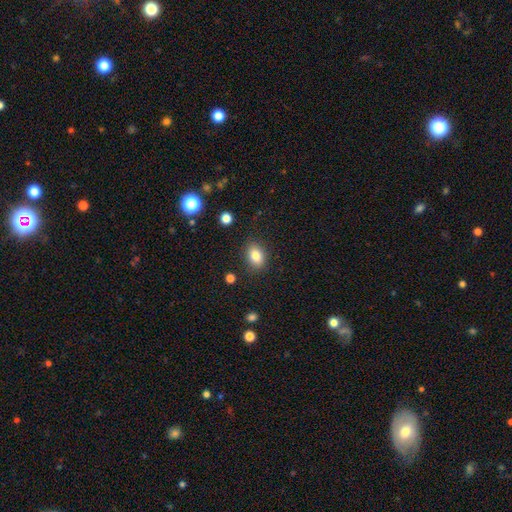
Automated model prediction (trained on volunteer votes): Smooth or featured? smooth (81%)
How rounded? in between (73%)
Merging? none (85%)